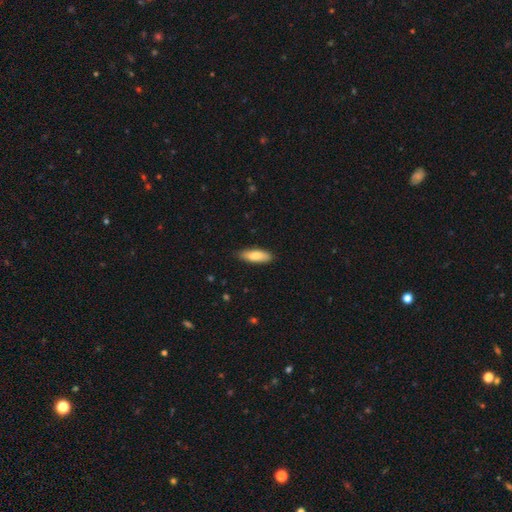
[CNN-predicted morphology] type=smooth (82%); roundness=in between (58%); merging=none (86%).